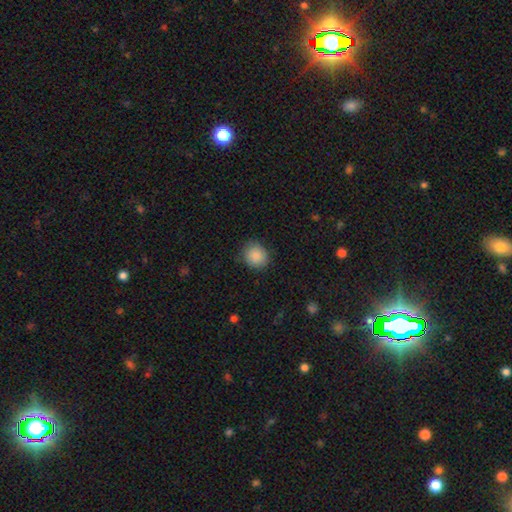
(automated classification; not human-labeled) This appears to be a smooth galaxy with no disk features (88%) that is round (78%). Merging: none (81%).